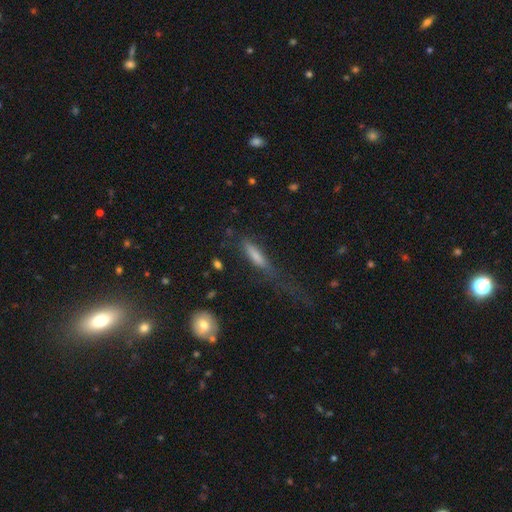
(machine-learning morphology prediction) smooth_or_featured: smooth (p=0.58) [alt: featured or disk p=0.30]
how_rounded: cigar-shaped (p=0.77) [alt: in between p=0.20]
merging: major disturbance (p=0.38) [alt: none p=0.36]